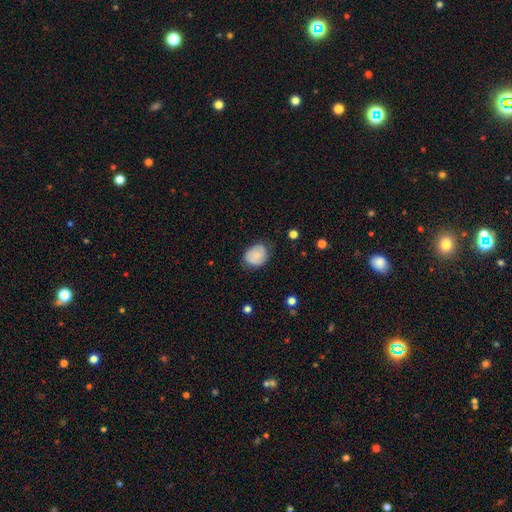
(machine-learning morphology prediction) The model was most divided on "how rounded": round: 50%, in between: 49%, cigar-shaped: 1%. More confident: smooth or featured — smooth (66%); merging — none (66%).